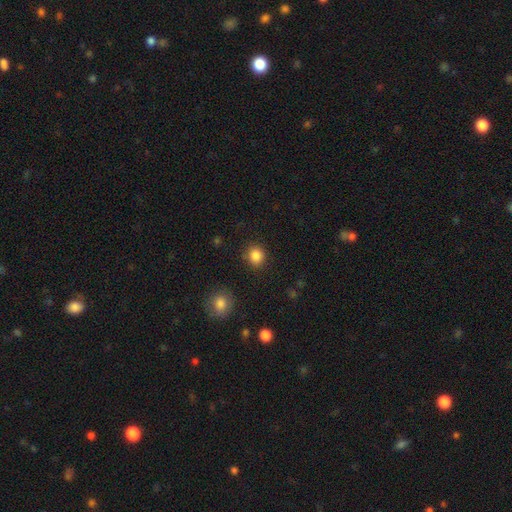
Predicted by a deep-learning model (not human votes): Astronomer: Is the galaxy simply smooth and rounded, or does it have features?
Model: smooth — 86%.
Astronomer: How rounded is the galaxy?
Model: round — 83%.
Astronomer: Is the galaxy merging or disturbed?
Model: none — 88%.